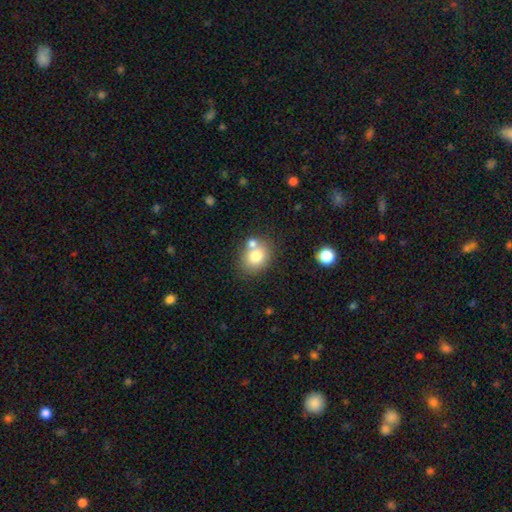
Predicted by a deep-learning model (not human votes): smooth_or_featured: smooth (p=0.76) [alt: featured or disk p=0.14]
how_rounded: round (p=0.56) [alt: in between p=0.43]
merging: none (p=0.59) [alt: merger p=0.25]